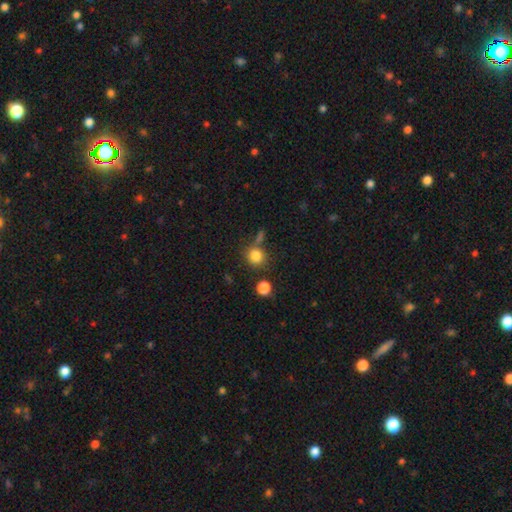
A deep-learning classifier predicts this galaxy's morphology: Smooth or featured: smooth — 83% (star or artifact — 12%)
How rounded: round — 85% (in between — 14%)
Merging: none — 69% (merger — 14%)